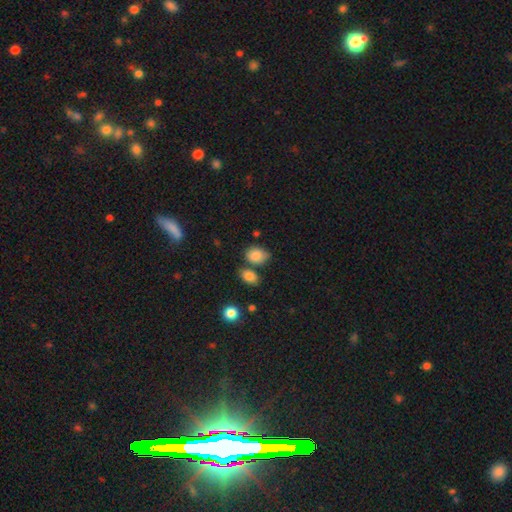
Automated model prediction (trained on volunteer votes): Overall: smooth (84%). How rounded: in between (72%). Merging: none (58%; minor disturbance 21%).